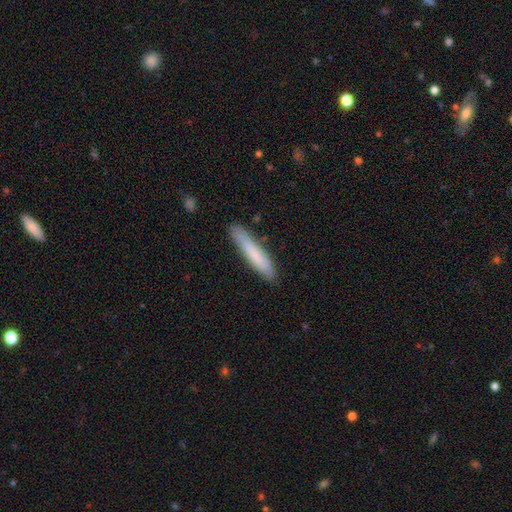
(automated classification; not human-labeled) smooth_or_featured: smooth (p=0.78) [alt: featured or disk p=0.16]
how_rounded: cigar-shaped (p=0.90) [alt: in between p=0.08]
merging: none (p=0.84) [alt: minor disturbance p=0.13]